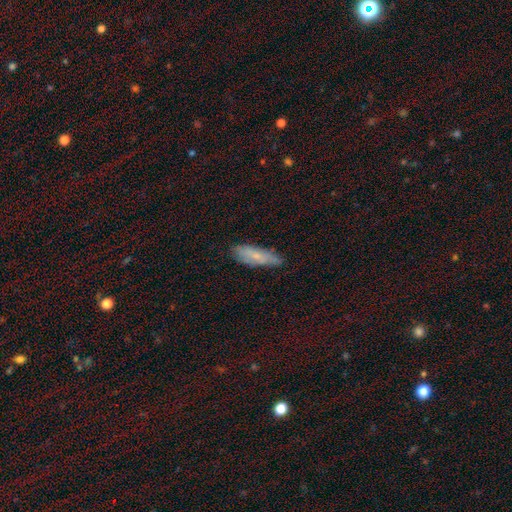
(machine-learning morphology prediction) This appears to be a smooth galaxy with no disk features (64%) that is in between round and cigar-shaped (50%). Merging: none (68%).